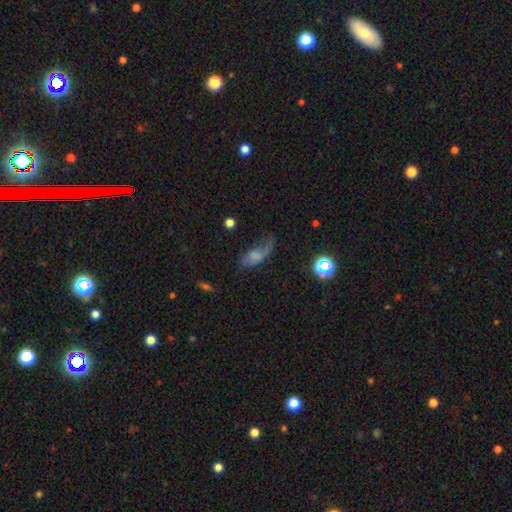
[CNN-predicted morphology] The model was most divided on "merging": major disturbance: 36%, none: 31%, minor disturbance: 28%, merger: 4%. More confident: how rounded — in between (81%); smooth or featured — smooth (52%).